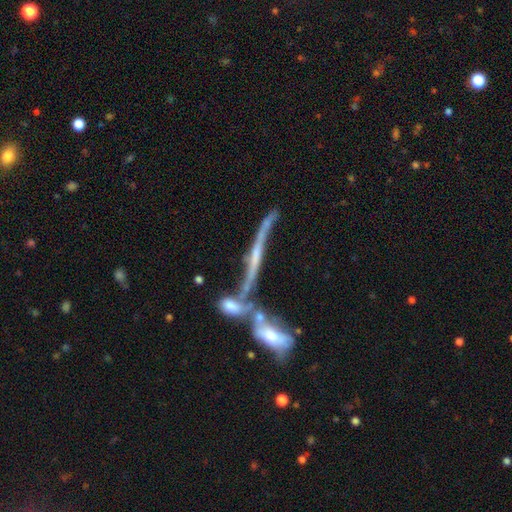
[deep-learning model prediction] Smooth or featured? Predicted: featured or disk (p=0.76). Edge-on disk? Predicted: yes (p=0.70). Edge-on bulge? Predicted: none (p=0.50). Merging? Predicted: merger (p=0.44).